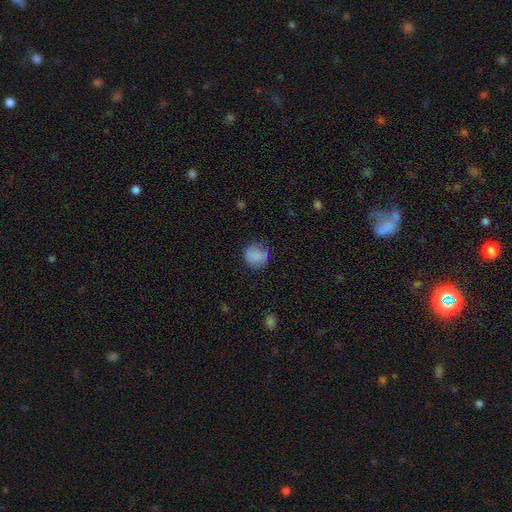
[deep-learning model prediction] This is clearly a smooth galaxy (84%). How rounded: clearly round (85%). Merging: likely none (76%).